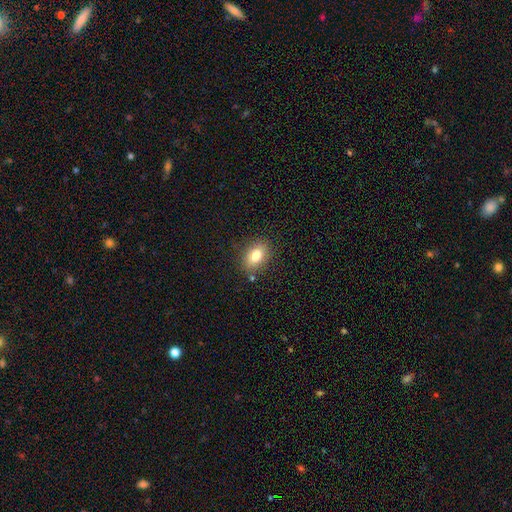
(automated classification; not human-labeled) smooth-or-featured: smooth: 80% | featured or disk: 11% | star or artifact: 9%
  how-rounded: in between: 82% | round: 16% | cigar-shaped: 2%
  merging: none: 83% | minor disturbance: 11% | major disturbance: 3% | merger: 3%